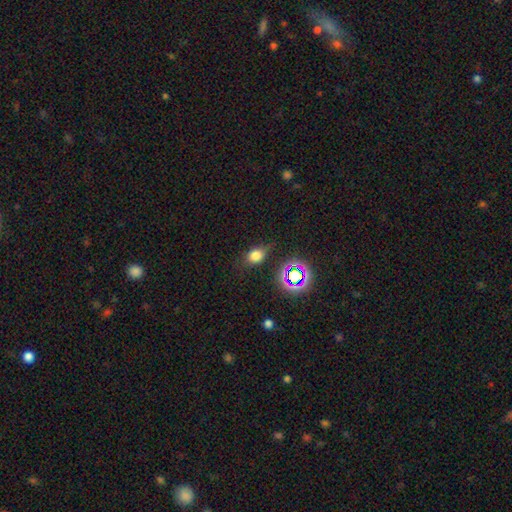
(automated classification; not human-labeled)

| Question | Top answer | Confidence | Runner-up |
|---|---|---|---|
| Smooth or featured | smooth | 70% | star or artifact (20%) |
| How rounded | in between | 59% | round (39%) |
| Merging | none | 72% | minor disturbance (19%) |